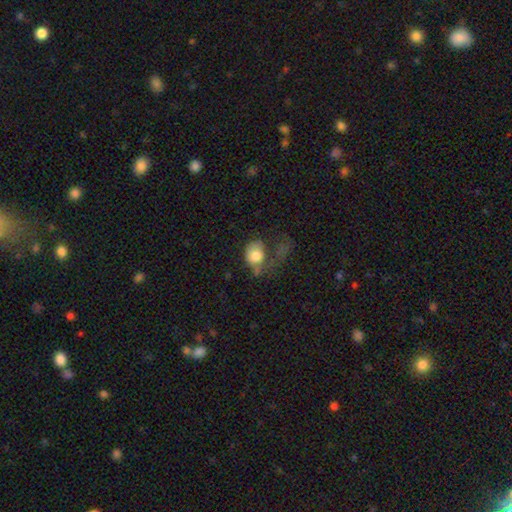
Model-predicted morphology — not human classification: Smooth or featured? smooth (70%)
How rounded? round (50%)
Merging? major disturbance (56%)